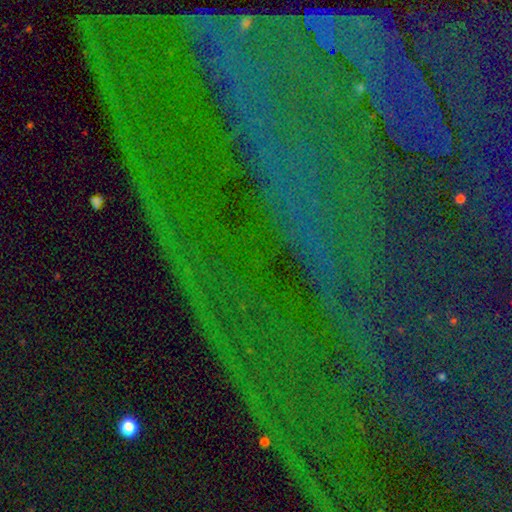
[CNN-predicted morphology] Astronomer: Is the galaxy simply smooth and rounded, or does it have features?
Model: star or artifact — 83%.